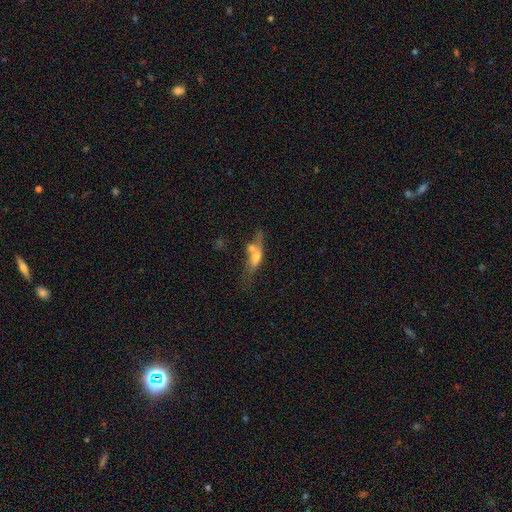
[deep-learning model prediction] smooth_or_featured: smooth (p=0.48) [alt: featured or disk p=0.43]
merging: none (p=0.39) [alt: merger p=0.34]